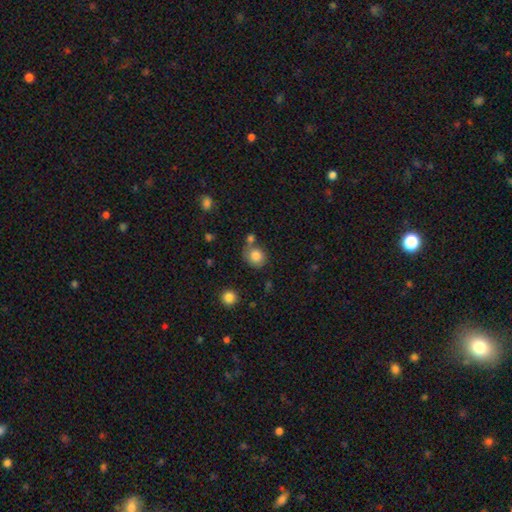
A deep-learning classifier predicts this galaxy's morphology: Smooth or featured: smooth — 83% (star or artifact — 9%)
How rounded: round — 78% (in between — 21%)
Merging: none — 55% (merger — 24%)